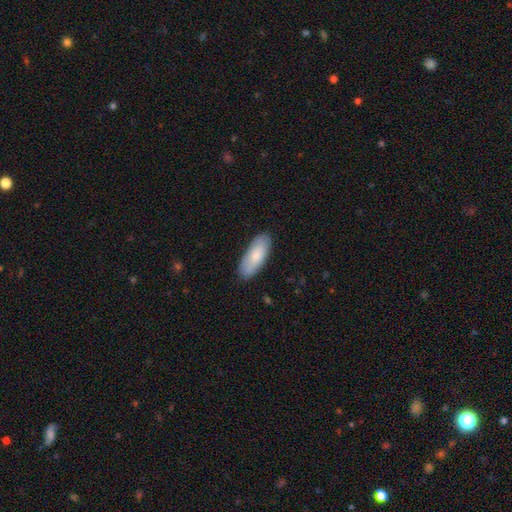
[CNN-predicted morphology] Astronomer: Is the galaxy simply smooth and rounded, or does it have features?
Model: smooth — 80%.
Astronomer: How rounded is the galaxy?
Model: in between — 80%.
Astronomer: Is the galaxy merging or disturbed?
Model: none — 85%.